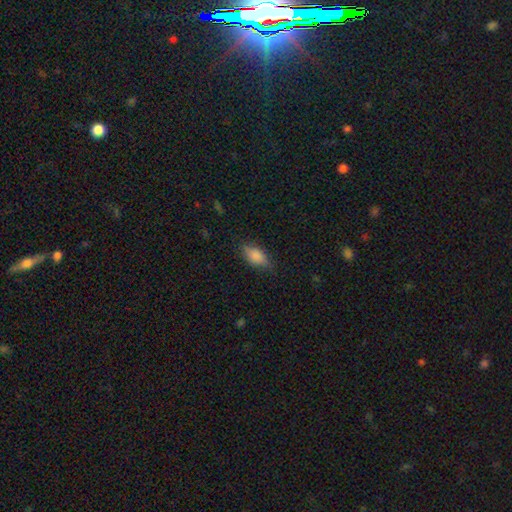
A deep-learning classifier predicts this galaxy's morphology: The model was most divided on "merging": none: 76%, minor disturbance: 19%, major disturbance: 4%, merger: 1%. More confident: how rounded — in between (88%); smooth or featured — smooth (84%).